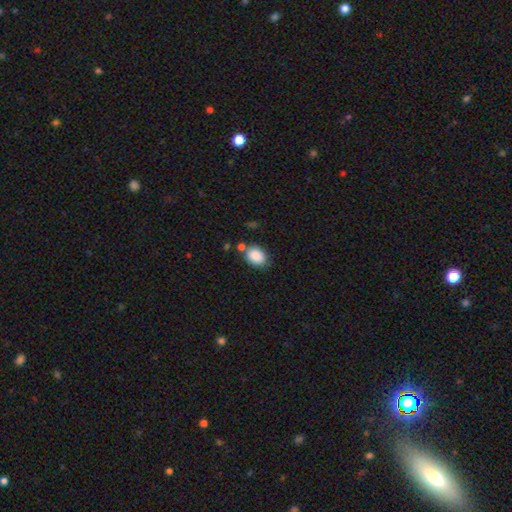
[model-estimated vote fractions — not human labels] The model was most divided on "how rounded": in between: 68%, round: 31%, cigar-shaped: 1%. More confident: smooth or featured — smooth (87%); merging — none (69%).